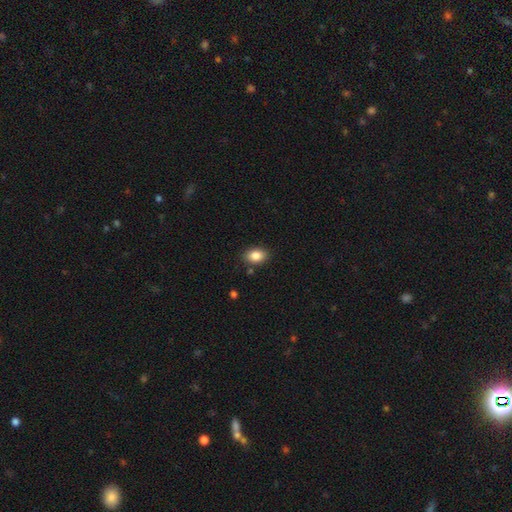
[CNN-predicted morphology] A smooth galaxy with no disk features (85%) that is in between round and cigar-shaped (78%). Merging: none (84%).